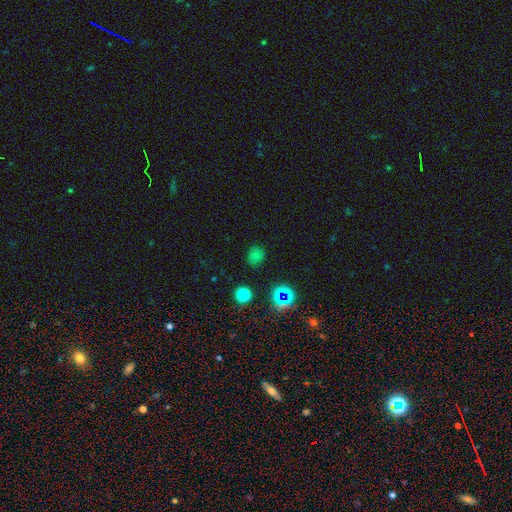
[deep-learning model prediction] smooth_or_featured: smooth (p=0.65) [alt: star or artifact p=0.28]
how_rounded: round (p=0.74) [alt: in between p=0.25]
merging: none (p=0.82) [alt: minor disturbance p=0.12]